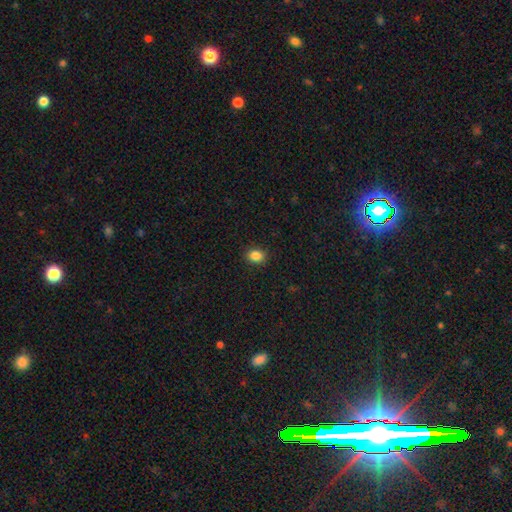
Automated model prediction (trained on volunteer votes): This appears to be a smooth galaxy with no disk features (86%) that is in between round and cigar-shaped (55%). Merging: none (90%).